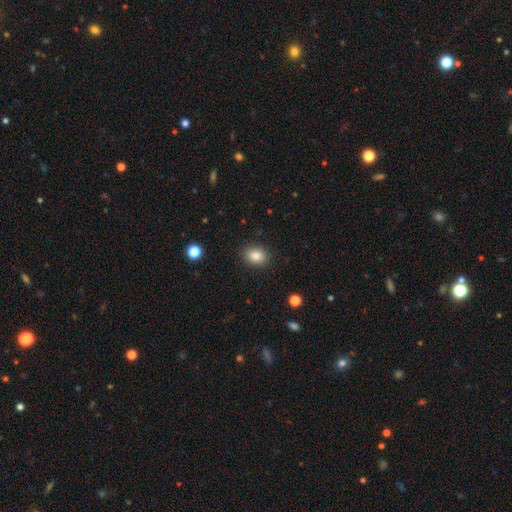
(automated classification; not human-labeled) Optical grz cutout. It shows a smooth galaxy with no disk features (86%) that is in between round and cigar-shaped (64%). Merging: none (88%).